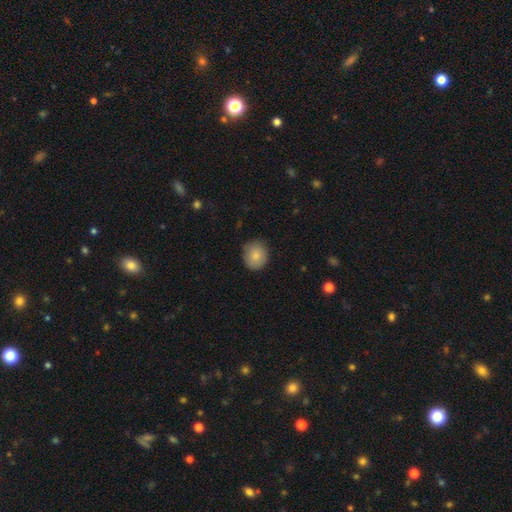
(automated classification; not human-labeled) Smooth or featured? smooth (84%)
How rounded? round (82%)
Merging? none (83%)